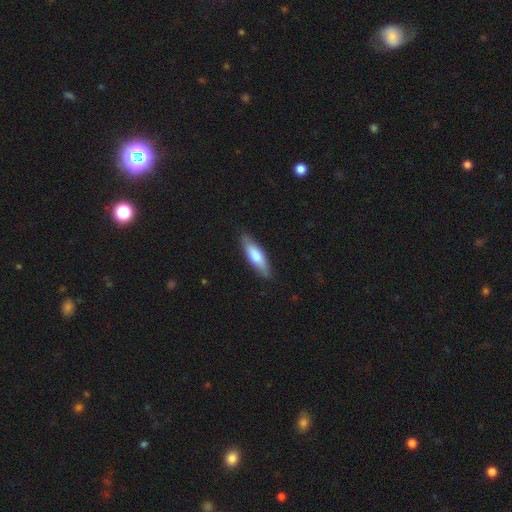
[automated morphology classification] A smooth galaxy with no disk features (72%) that is cigar-shaped (55%).

Vote fractions:
- Smooth or featured? smooth: 72% / featured or disk: 23% / star or artifact: 5%
- How rounded? cigar-shaped: 55% / in between: 43% / round: 2%
- Merging? none: 86% / minor disturbance: 11% / major disturbance: 2% / merger: 1%